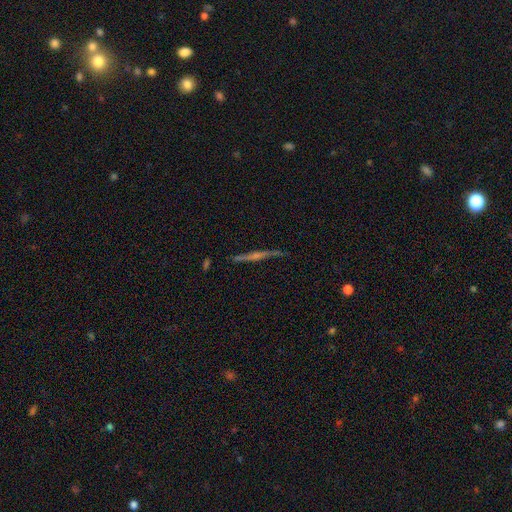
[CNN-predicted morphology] A featured or disk galaxy (54%) viewed edge-on (87%). Merging: none (84%).